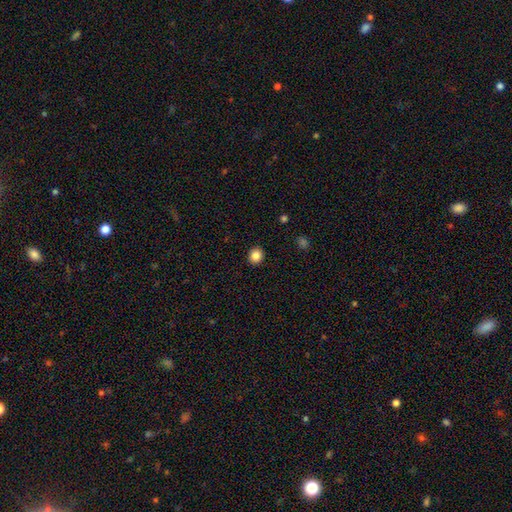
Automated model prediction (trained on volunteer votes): This is clearly a smooth galaxy (85%). How rounded: clearly round (86%). Merging: clearly none (92%).